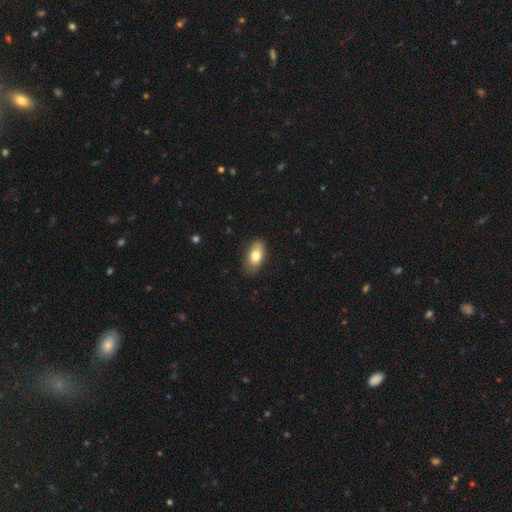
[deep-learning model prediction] Morphology: type=smooth (78%); roundness=in between (90%); merging=none (81%).